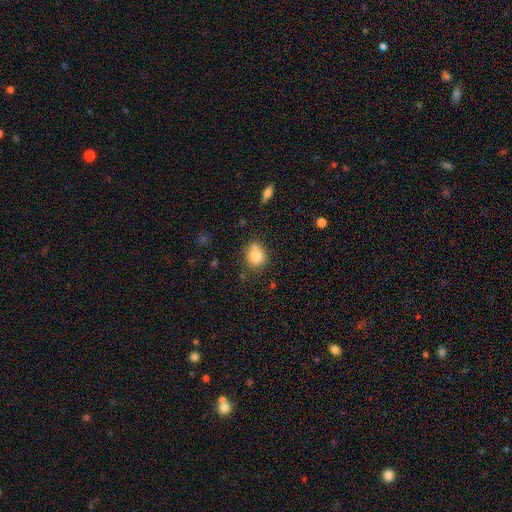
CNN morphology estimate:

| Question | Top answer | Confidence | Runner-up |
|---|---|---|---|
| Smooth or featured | smooth | 82% | star or artifact (10%) |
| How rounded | round | 62% | in between (37%) |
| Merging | none | 60% | minor disturbance (23%) |